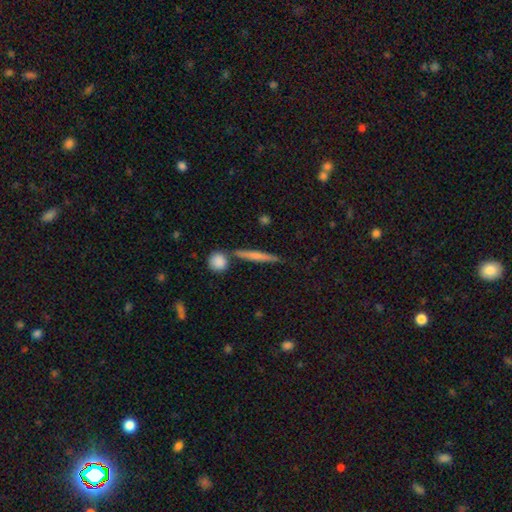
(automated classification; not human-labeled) The model was most divided on "smooth or featured": smooth: 54%, featured or disk: 39%, star or artifact: 7%. More confident: how rounded — cigar-shaped (90%); merging — none (80%).